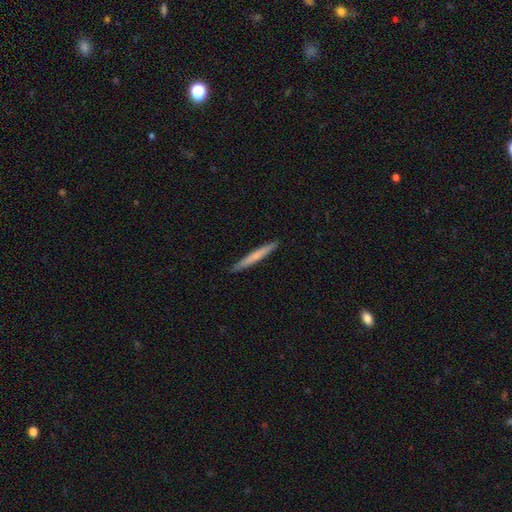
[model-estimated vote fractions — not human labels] Morphology: type=smooth (65%); roundness=cigar-shaped (97%); merging=none (92%).